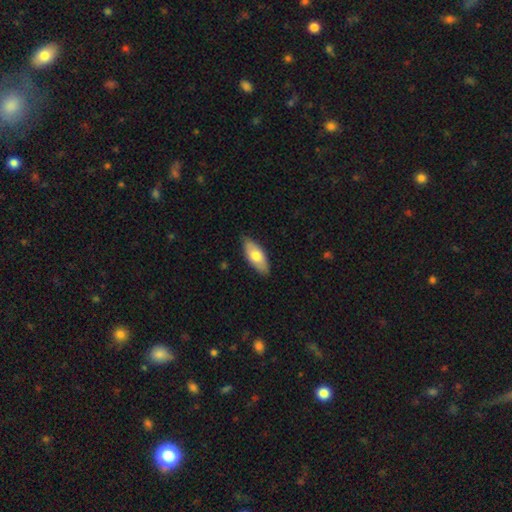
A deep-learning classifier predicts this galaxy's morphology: smooth_or_featured: smooth (p=0.69) [alt: featured or disk p=0.25]
how_rounded: in between (p=0.84) [alt: cigar-shaped p=0.13]
merging: none (p=0.84) [alt: minor disturbance p=0.13]